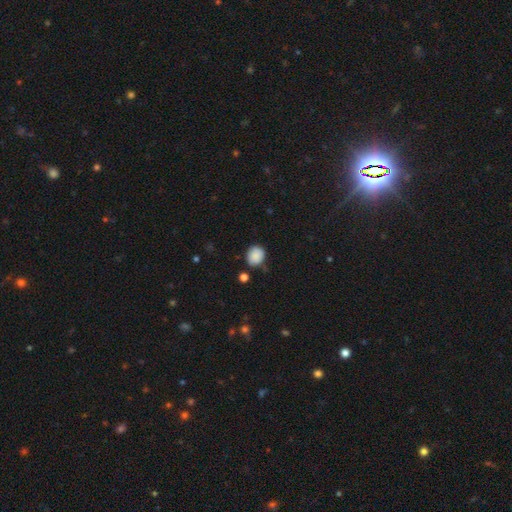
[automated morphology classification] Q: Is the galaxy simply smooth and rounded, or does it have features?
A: smooth — 87%.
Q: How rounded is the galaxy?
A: round — 67%.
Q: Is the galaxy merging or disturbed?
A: none — 74%.